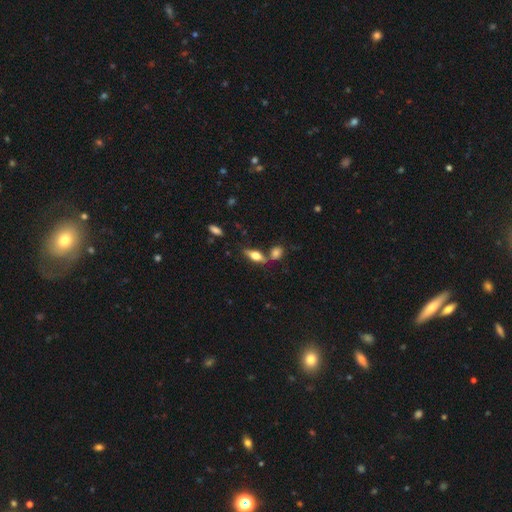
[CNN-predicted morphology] The model was most divided on "smooth or featured": smooth: 52%, featured or disk: 40%, star or artifact: 9%. More confident: merging — none (66%); how rounded — in between (63%).